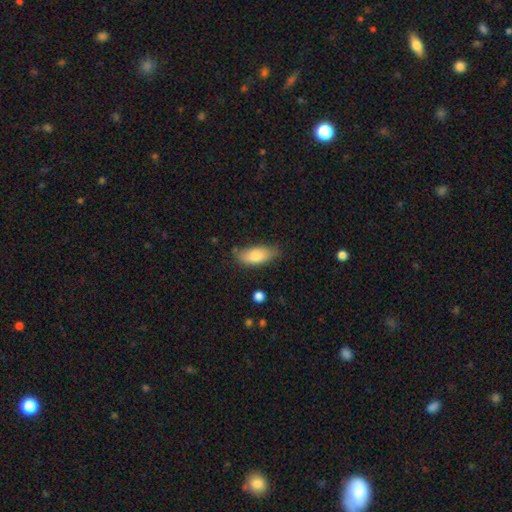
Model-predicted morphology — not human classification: This appears to be a smooth galaxy with no disk features (80%) that is in between round and cigar-shaped (85%). Merging: none (71%).